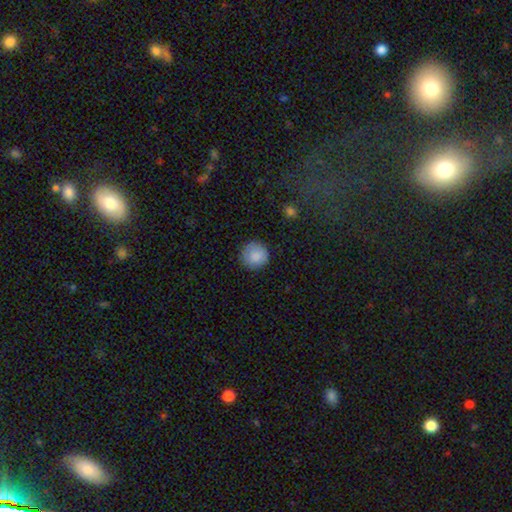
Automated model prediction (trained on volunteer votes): The model was most divided on "smooth or featured": smooth: 88%, star or artifact: 7%, featured or disk: 5%. More confident: how rounded — round (95%); merging — none (89%).